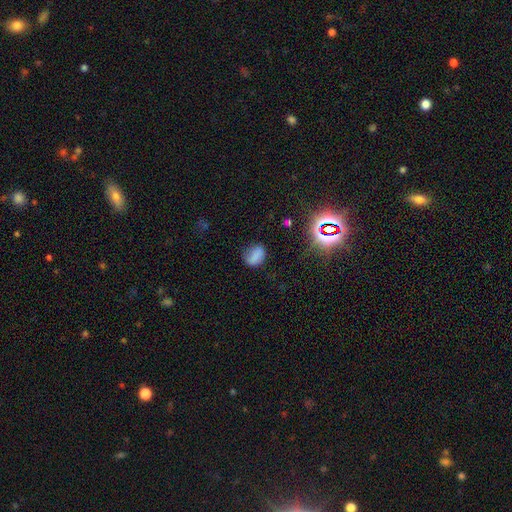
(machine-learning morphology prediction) Smooth or featured? smooth (72%)
How rounded? in between (69%)
Merging? none (61%)